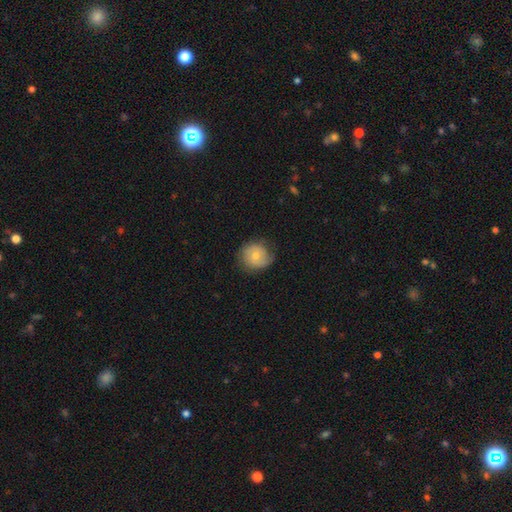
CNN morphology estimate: type=smooth (57%); roundness=round (81%); merging=none (68%).